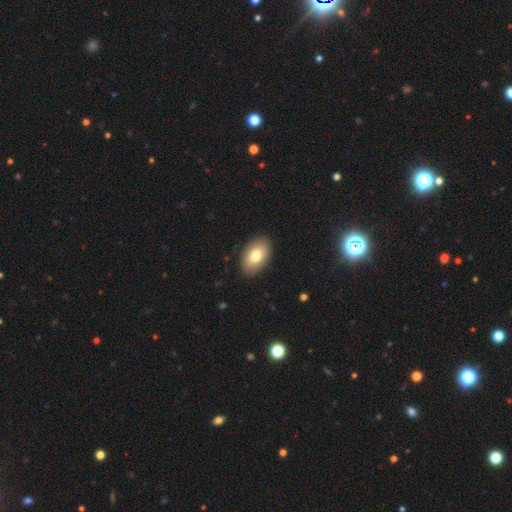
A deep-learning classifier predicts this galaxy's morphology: A smooth galaxy with no disk features (78%) that is in between round and cigar-shaped (93%).

Vote fractions:
- Smooth or featured? smooth: 78% / featured or disk: 15% / star or artifact: 7%
- How rounded? in between: 93% / round: 6% / cigar-shaped: 1%
- Merging? none: 88% / minor disturbance: 8% / major disturbance: 2% / merger: 1%